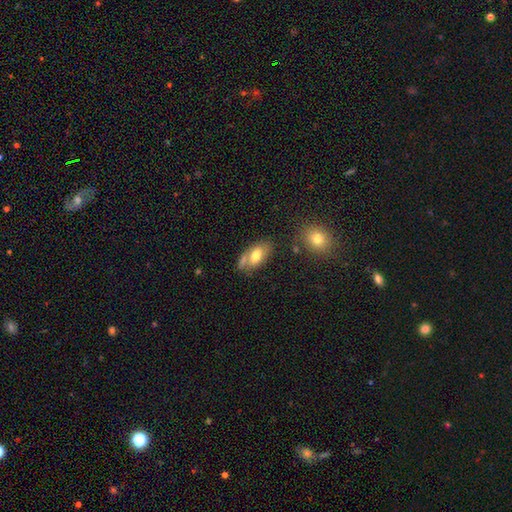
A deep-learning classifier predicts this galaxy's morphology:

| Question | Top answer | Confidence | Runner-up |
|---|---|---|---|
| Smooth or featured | smooth | 66% | featured or disk (26%) |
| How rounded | in between | 91% | cigar-shaped (5%) |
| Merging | none | 56% | minor disturbance (21%) |